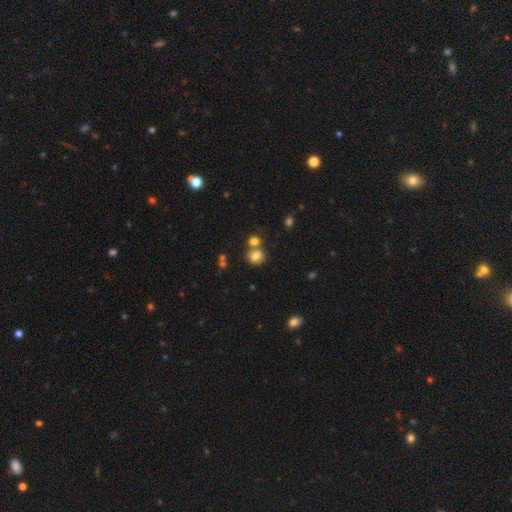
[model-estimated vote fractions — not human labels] This is likely a smooth galaxy (77%). How rounded: likely round (74%). Merging: possibly none (56%).